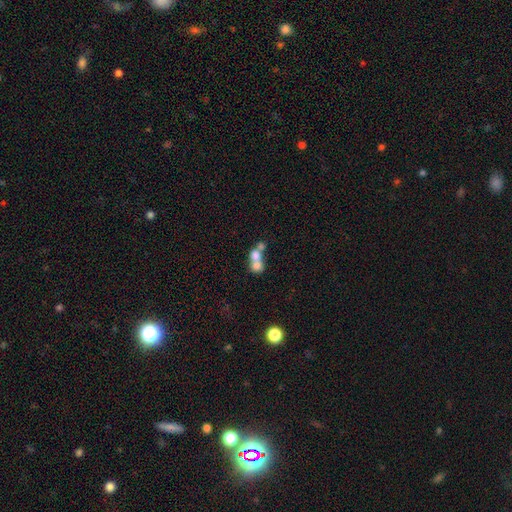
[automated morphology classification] Smooth or featured? smooth (67%)
How rounded? round (66%)
Merging? merger (71%)